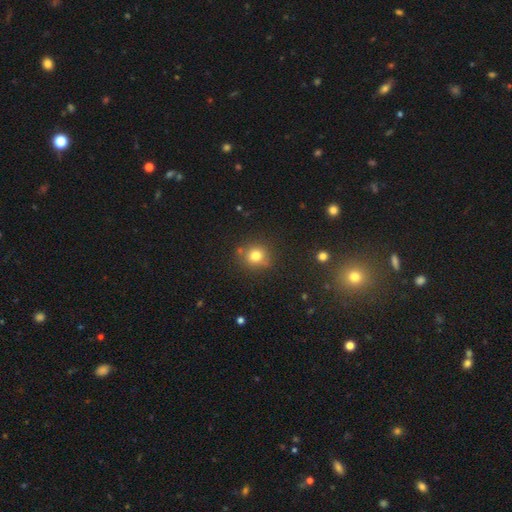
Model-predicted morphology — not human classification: Smooth or featured: smooth — 79% (star or artifact — 13%)
How rounded: round — 84% (in between — 15%)
Merging: none — 79% (minor disturbance — 13%)